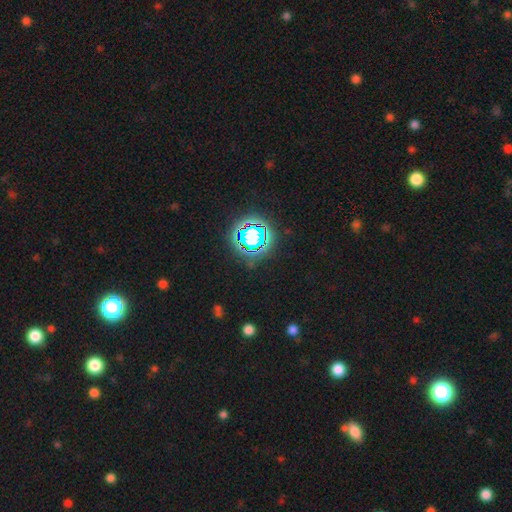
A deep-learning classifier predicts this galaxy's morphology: This appears to be a star or artifact, not a galaxy (80%).